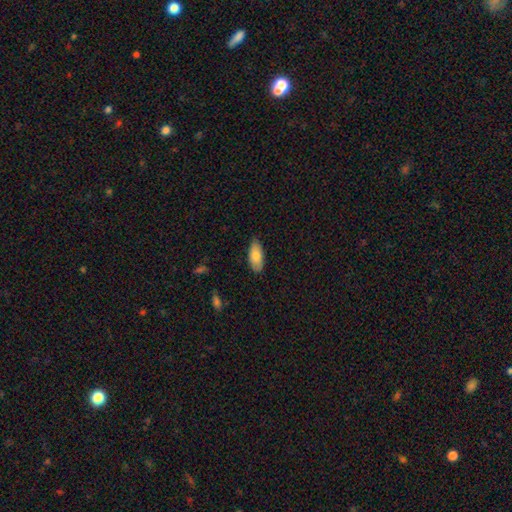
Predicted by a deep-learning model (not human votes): Q: Smooth or featured?
A: smooth (80%); runner-up: featured or disk (14%)
Q: How rounded?
A: in between (86%); runner-up: cigar-shaped (12%)
Q: Merging?
A: none (83%); runner-up: minor disturbance (14%)